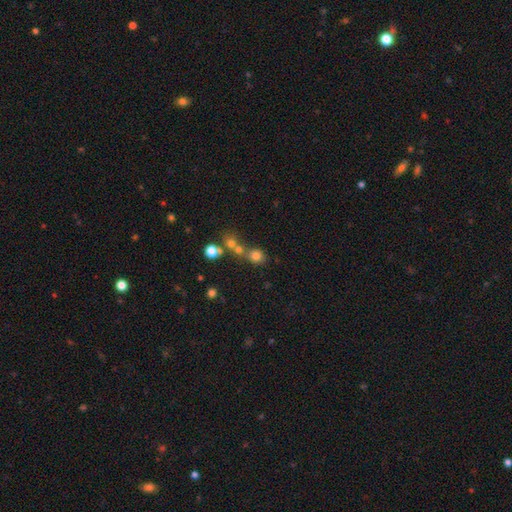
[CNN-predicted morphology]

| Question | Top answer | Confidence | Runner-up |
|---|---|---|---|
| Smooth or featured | smooth | 73% | star or artifact (17%) |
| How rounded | round | 79% | in between (19%) |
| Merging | none | 53% | merger (33%) |